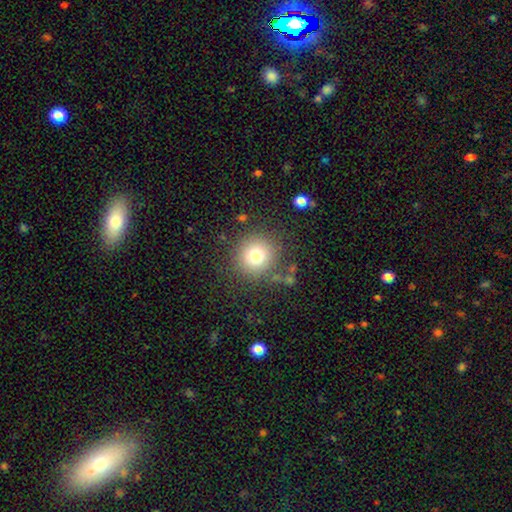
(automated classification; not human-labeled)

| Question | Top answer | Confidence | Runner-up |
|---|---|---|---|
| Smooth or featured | smooth | 76% | star or artifact (14%) |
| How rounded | round | 92% | in between (8%) |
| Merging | none | 82% | minor disturbance (10%) |